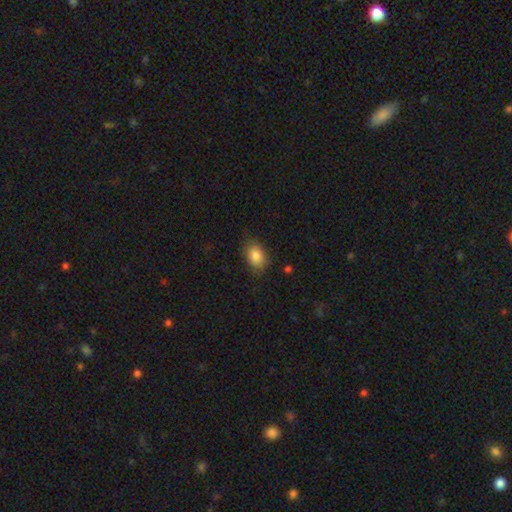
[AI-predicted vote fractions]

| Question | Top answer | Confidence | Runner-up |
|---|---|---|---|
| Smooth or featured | smooth | 85% | star or artifact (8%) |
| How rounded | in between | 80% | round (18%) |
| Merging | none | 80% | minor disturbance (15%) |